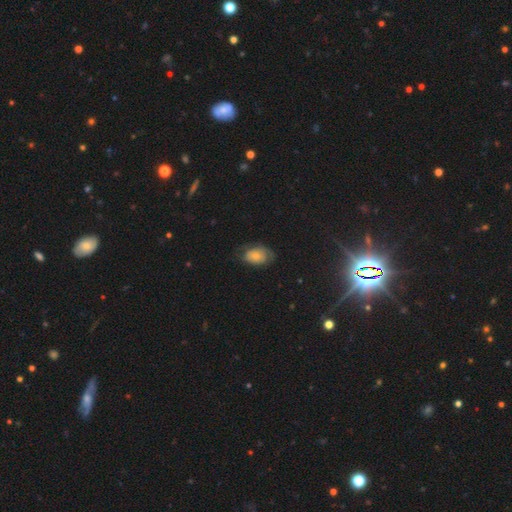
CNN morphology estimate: type=smooth (67%); roundness=in between (87%); merging=none (57%).